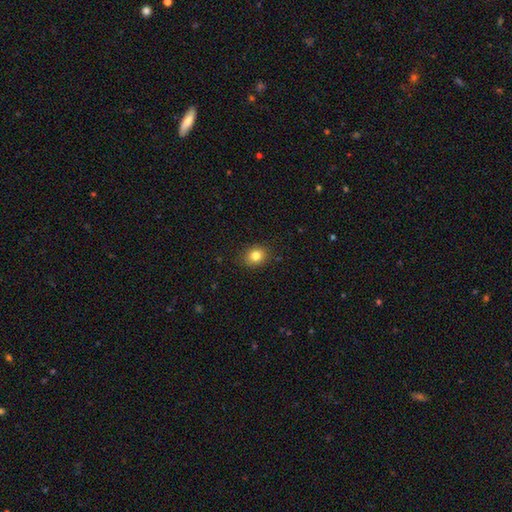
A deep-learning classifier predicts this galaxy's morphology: type=smooth (82%); roundness=round (62%); merging=none (88%).